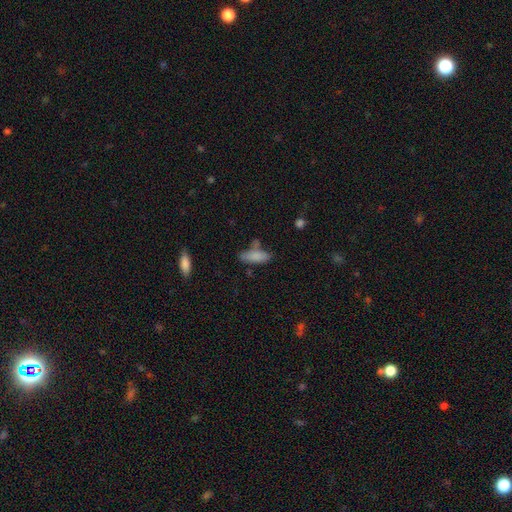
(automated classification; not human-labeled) smooth 81%, featured or disk 12%, star or artifact 8%. Down the decision tree: how rounded — in between (63%); merging — none (58%).